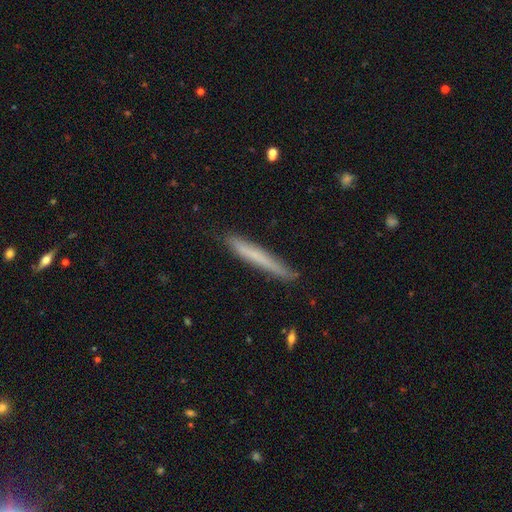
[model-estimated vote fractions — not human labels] smooth_or_featured: smooth (p=0.62) [alt: featured or disk p=0.32]
how_rounded: cigar-shaped (p=0.97) [alt: in between p=0.02]
merging: none (p=0.86) [alt: minor disturbance p=0.11]